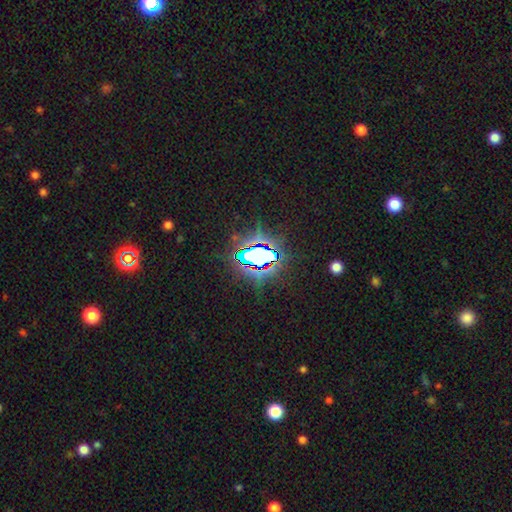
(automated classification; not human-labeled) smooth-or-featured: star or artifact: 81% | smooth: 11% | featured or disk: 8%